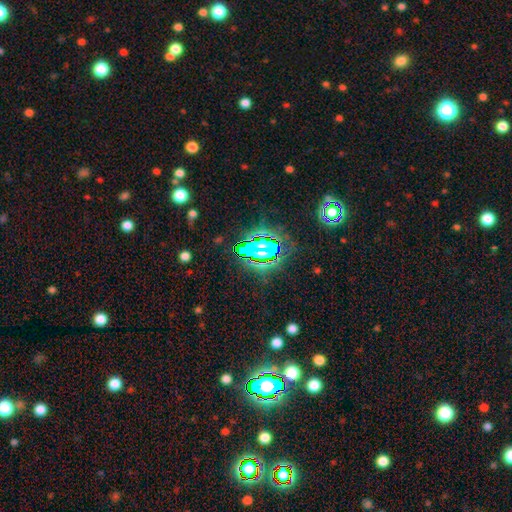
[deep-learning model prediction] A star or artifact, not a galaxy (82%).